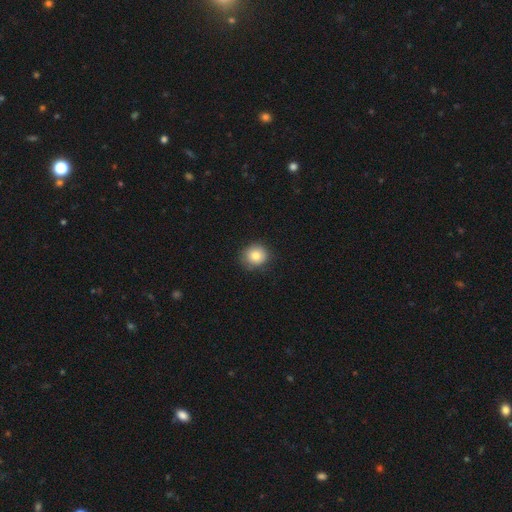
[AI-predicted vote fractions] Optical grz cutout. It shows a smooth galaxy with no disk features (82%) that is round (83%). Merging: none (84%).